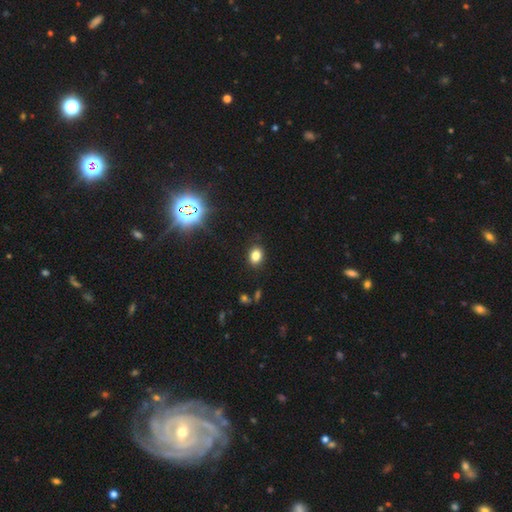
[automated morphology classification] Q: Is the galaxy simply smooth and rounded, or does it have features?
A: smooth — 79%.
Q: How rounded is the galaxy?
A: in between — 62%.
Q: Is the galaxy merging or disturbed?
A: none — 87%.